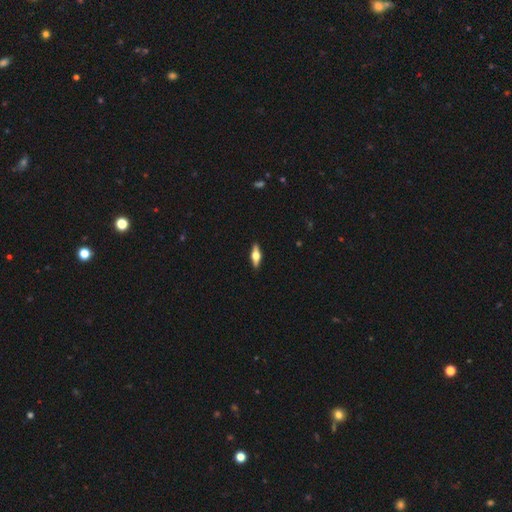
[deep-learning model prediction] smooth_or_featured: featured or disk (p=0.55) [alt: smooth p=0.39]
disk_edge_on: yes (p=0.93) [alt: no p=0.07]
edge_on_bulge: rounded (p=0.94) [alt: boxy p=0.04]
merging: none (p=0.90) [alt: minor disturbance p=0.07]